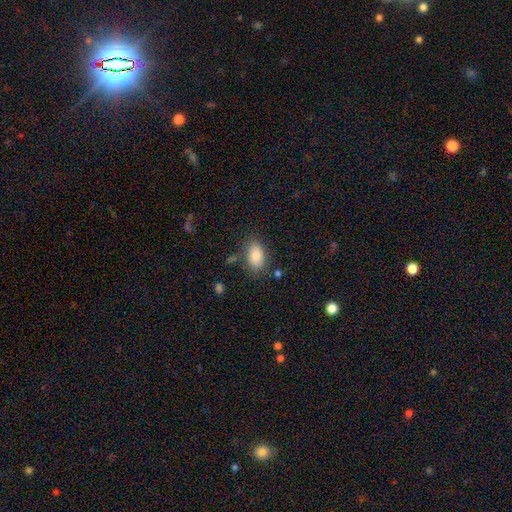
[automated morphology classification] Smooth or featured: smooth — 84% (featured or disk — 8%)
How rounded: in between — 91% (round — 7%)
Merging: none — 76% (minor disturbance — 15%)